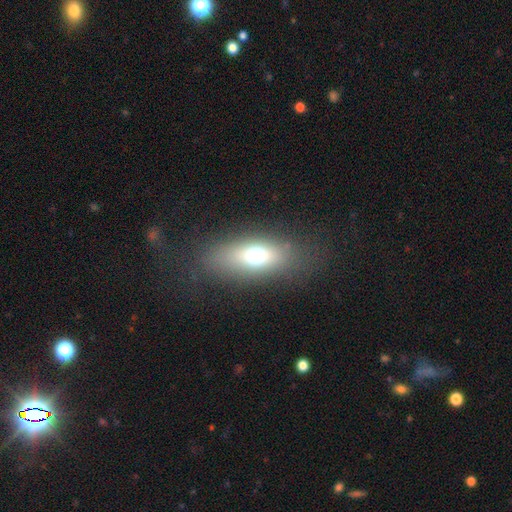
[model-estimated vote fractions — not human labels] This is likely a smooth galaxy (60%). How rounded: likely in between (73%). Merging: likely none (79%).